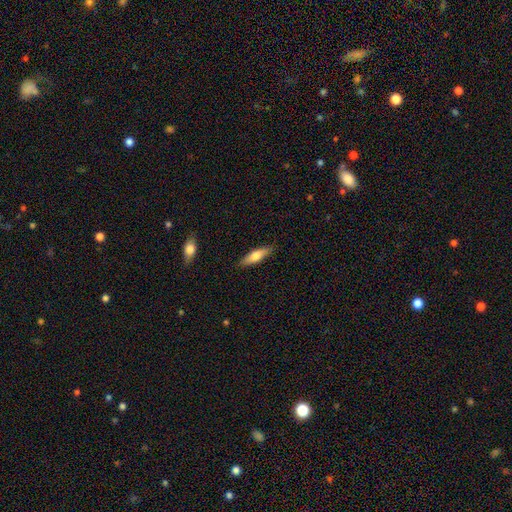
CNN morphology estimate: smooth_or_featured: smooth (p=0.65) [alt: featured or disk p=0.29]
how_rounded: cigar-shaped (p=0.61) [alt: in between p=0.38]
merging: none (p=0.87) [alt: minor disturbance p=0.10]